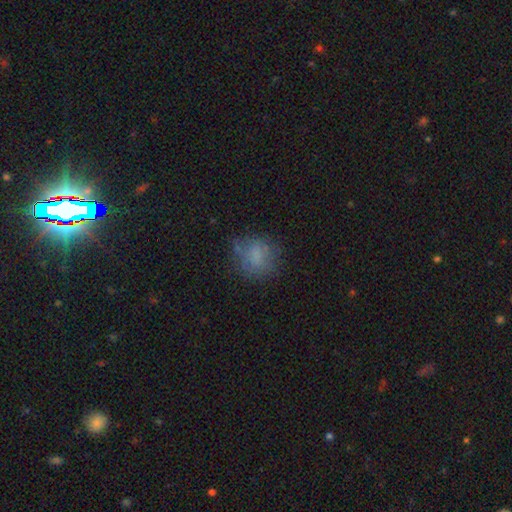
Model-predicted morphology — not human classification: Smooth or featured: smooth — 69% (featured or disk — 18%)
How rounded: round — 73% (in between — 26%)
Merging: none — 62% (minor disturbance — 22%)